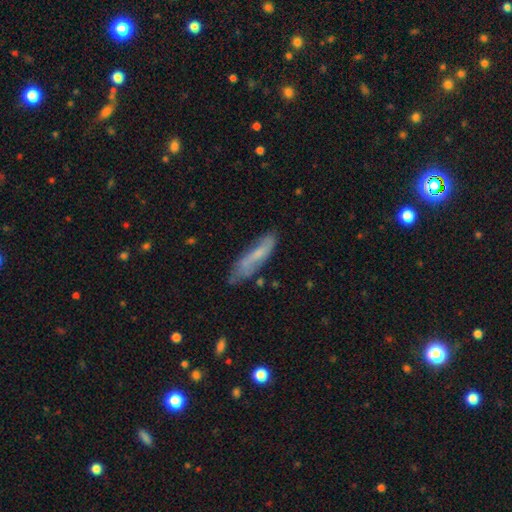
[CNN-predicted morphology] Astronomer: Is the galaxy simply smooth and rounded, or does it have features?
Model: smooth — 53% (runner-up: featured or disk, 39%).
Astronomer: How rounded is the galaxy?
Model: cigar-shaped — 74%.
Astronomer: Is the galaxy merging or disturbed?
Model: none — 66%.